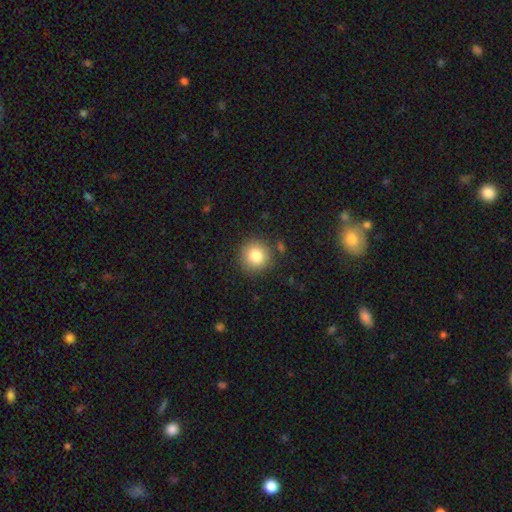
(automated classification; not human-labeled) smooth 82%, star or artifact 10%, featured or disk 8%. Down the decision tree: how rounded — round (93%); merging — none (87%).